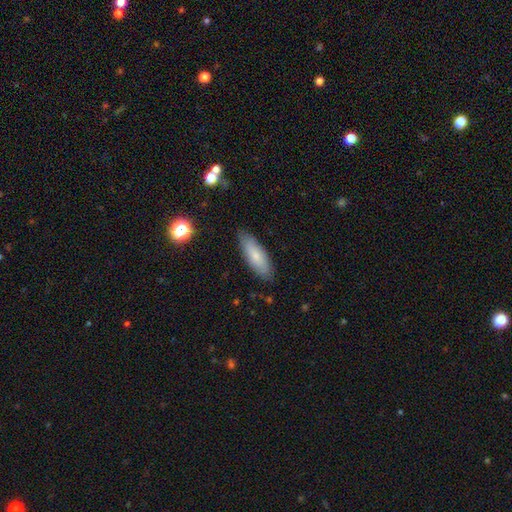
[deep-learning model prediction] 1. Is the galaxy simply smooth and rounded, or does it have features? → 75% smooth, 18% featured or disk, 7% star or artifact.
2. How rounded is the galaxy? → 57% in between, 41% cigar-shaped, 2% round.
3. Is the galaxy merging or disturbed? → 84% none, 12% minor disturbance, 2% major disturbance, 1% merger.